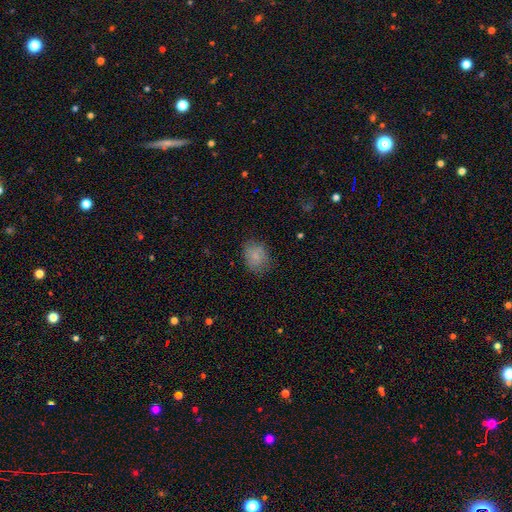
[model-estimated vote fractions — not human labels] This is likely a smooth galaxy (76%). How rounded: likely in between (60%). Merging: likely none (71%).